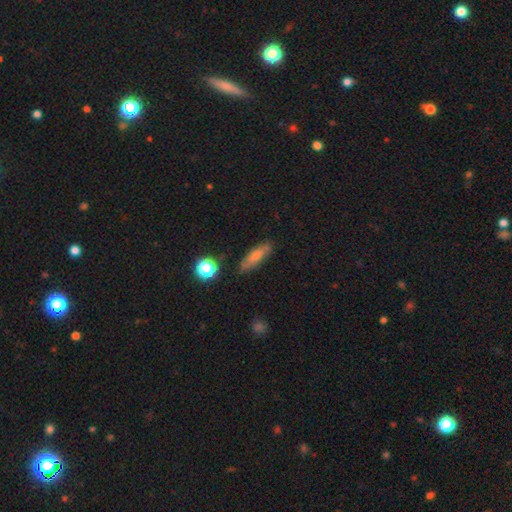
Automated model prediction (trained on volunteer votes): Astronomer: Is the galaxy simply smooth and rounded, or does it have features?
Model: smooth — 61%.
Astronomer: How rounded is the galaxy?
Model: cigar-shaped — 53% (runner-up: in between, 42%).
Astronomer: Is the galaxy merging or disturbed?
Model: none — 82%.